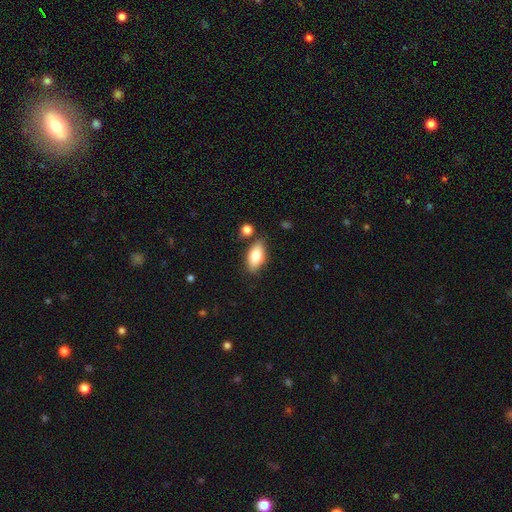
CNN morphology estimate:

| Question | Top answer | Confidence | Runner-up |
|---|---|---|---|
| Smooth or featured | smooth | 78% | featured or disk (15%) |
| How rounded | in between | 88% | cigar-shaped (9%) |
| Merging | none | 77% | minor disturbance (14%) |